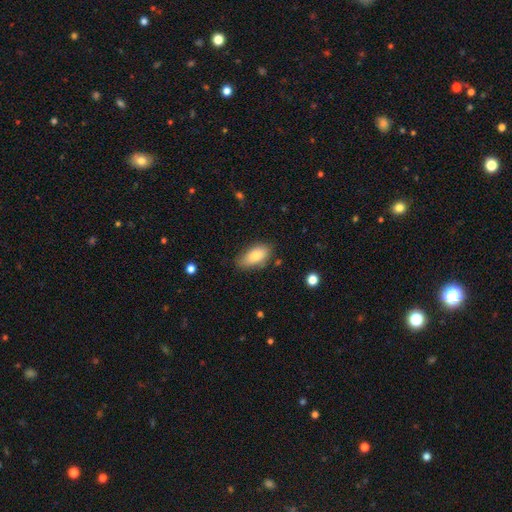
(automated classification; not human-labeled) Smooth or featured: smooth — 80% (featured or disk — 13%)
How rounded: in between — 91% (cigar-shaped — 6%)
Merging: none — 76% (minor disturbance — 18%)